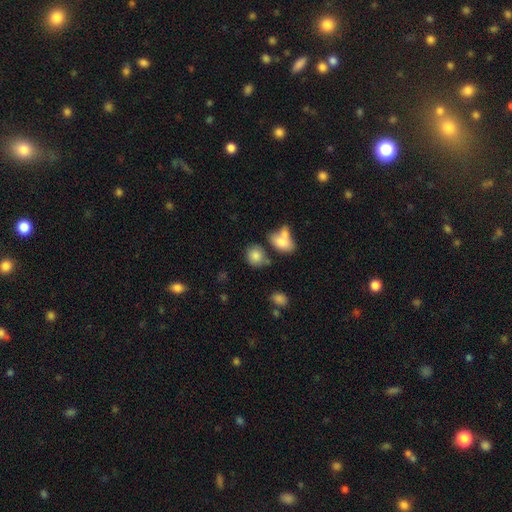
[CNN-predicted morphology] This appears to be a smooth galaxy with no disk features (83%) that is round (65%). Merging: none (58%).